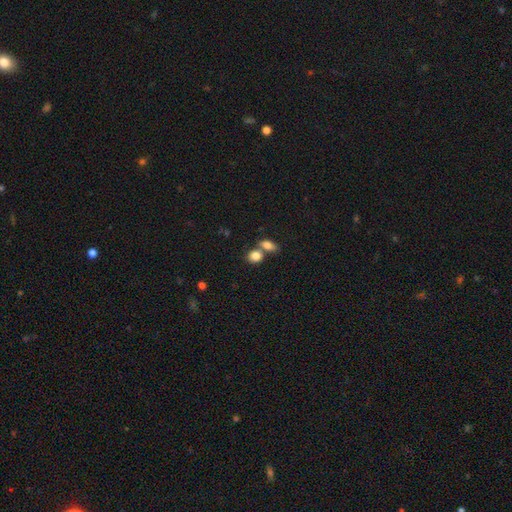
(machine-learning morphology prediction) type=smooth (83%); roundness=round (55%); merging=none (44%).